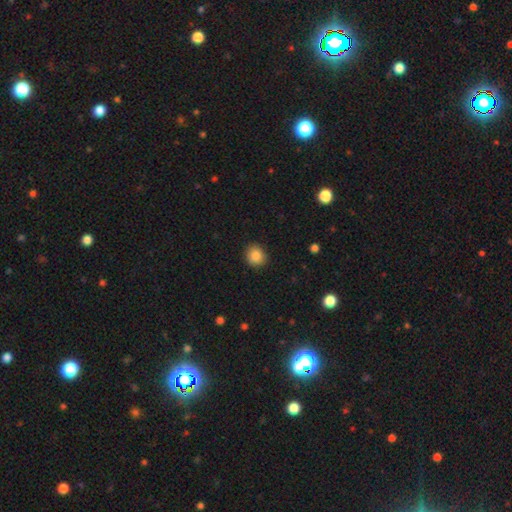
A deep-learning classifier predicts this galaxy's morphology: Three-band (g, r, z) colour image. It shows a smooth galaxy with no disk features (87%) that is round (86%). Merging: none (90%).